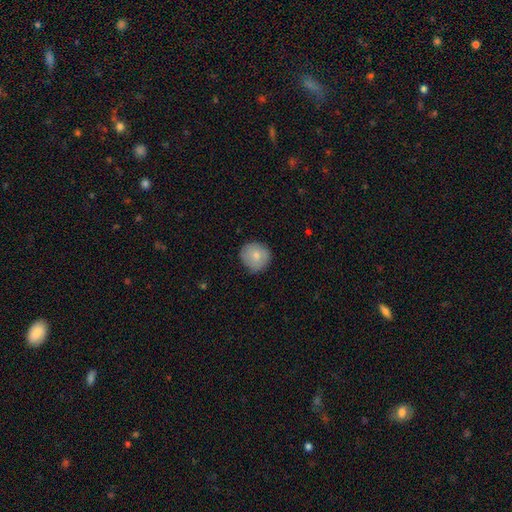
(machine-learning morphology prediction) Overall: smooth (79%). How rounded: round (91%). Merging: none (80%).